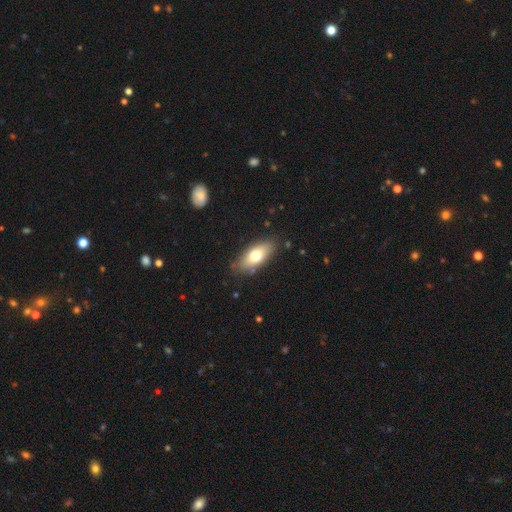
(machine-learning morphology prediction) smooth 69%, featured or disk 24%, star or artifact 7%. Down the decision tree: how rounded — in between (80%); merging — none (83%).